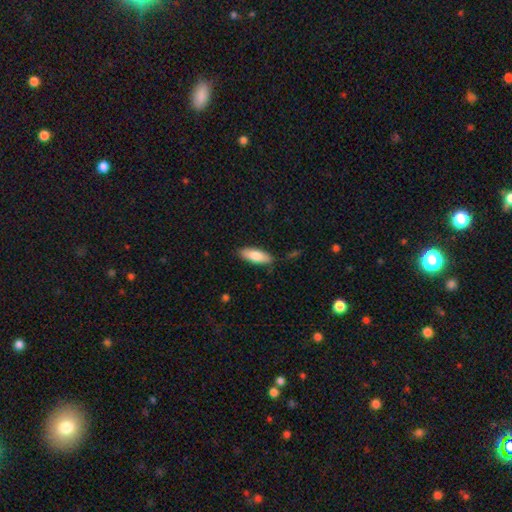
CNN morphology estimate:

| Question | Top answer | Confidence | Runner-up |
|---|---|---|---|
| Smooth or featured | smooth | 82% | featured or disk (12%) |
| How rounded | in between | 71% | cigar-shaped (28%) |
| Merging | none | 84% | minor disturbance (12%) |